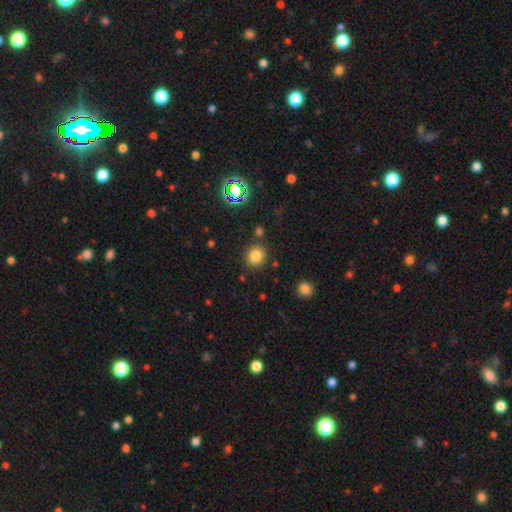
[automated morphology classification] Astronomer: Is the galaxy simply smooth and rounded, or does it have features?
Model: smooth — 80%.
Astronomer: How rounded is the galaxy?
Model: round — 84%.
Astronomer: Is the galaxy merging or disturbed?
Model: none — 83%.